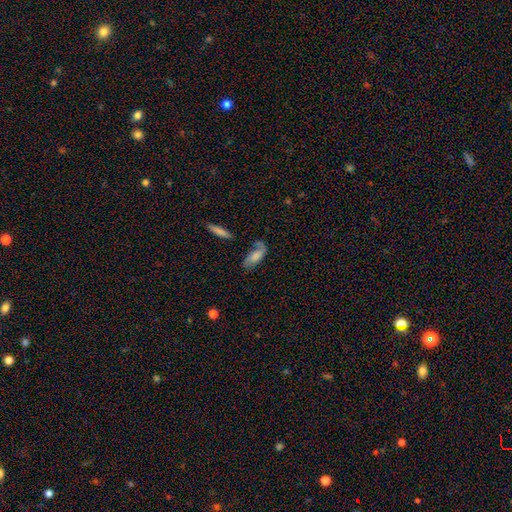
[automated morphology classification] Smooth or featured? Predicted: smooth (p=0.55). How rounded? Predicted: in between (p=0.82). Merging? Predicted: none (p=0.48).